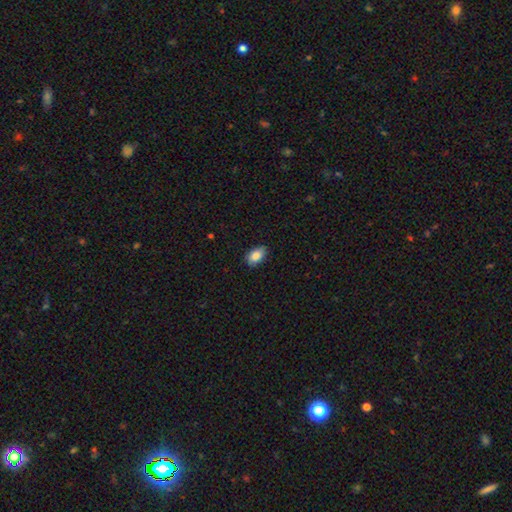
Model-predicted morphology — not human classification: The model was most divided on "merging": none: 82%, minor disturbance: 15%, major disturbance: 2%, merger: 1%. More confident: how rounded — in between (91%); smooth or featured — smooth (86%).